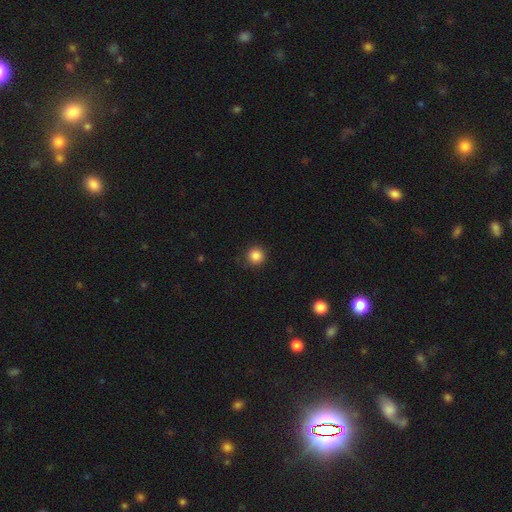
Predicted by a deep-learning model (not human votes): A smooth galaxy with no disk features (86%) that is round (94%).

Vote fractions:
- Smooth or featured? smooth: 86% / star or artifact: 11% / featured or disk: 3%
- How rounded? round: 94% / in between: 5% / cigar-shaped: 1%
- Merging? none: 86% / minor disturbance: 10% / major disturbance: 3% / merger: 1%